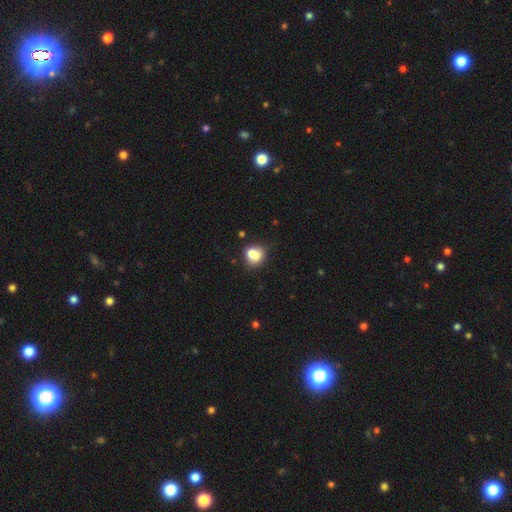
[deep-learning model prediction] Smooth or featured?
  - smooth: 74% *
  - featured or disk: 15%
  - star or artifact: 11%
How rounded?
  - round: 72% *
  - in between: 27%
  - cigar-shaped: 1%
Merging?
  - none: 50% *
  - merger: 28%
  - minor disturbance: 17%
  - major disturbance: 6%